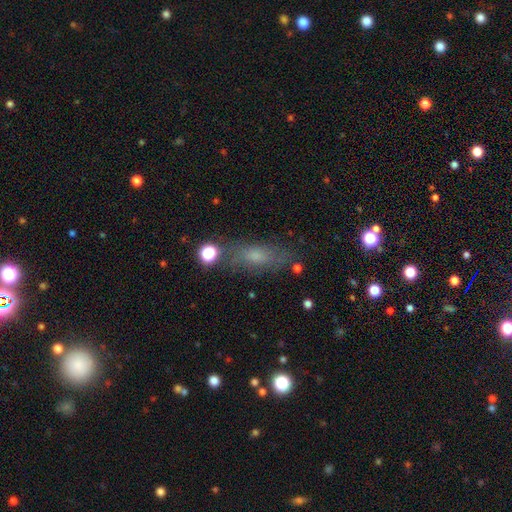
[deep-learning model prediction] A smooth galaxy with no disk features (60%) that is in between round and cigar-shaped (59%).

Vote fractions:
- Smooth or featured? smooth: 60% / featured or disk: 25% / star or artifact: 15%
- How rounded? in between: 59% / cigar-shaped: 35% / round: 6%
- Merging? none: 72% / minor disturbance: 16% / major disturbance: 6% / merger: 5%